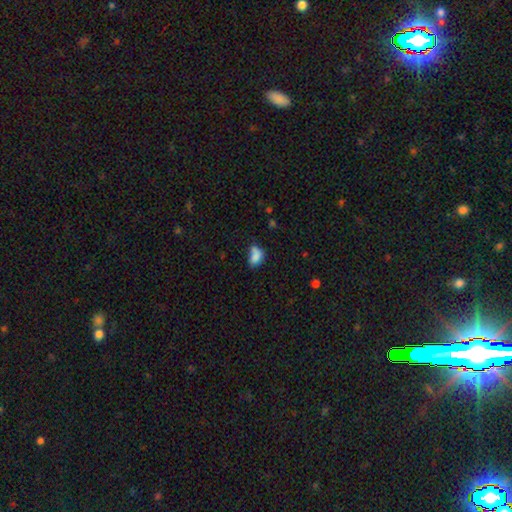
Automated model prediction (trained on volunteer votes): smooth_or_featured: smooth (p=0.77) [alt: featured or disk p=0.12]
how_rounded: in between (p=0.83) [alt: round p=0.15]
merging: none (p=0.33) [alt: minor disturbance p=0.29]